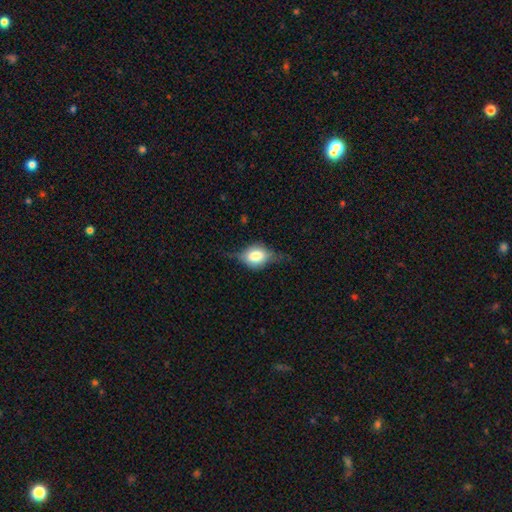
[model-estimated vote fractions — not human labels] Smooth or featured: featured or disk — 49% (smooth — 42%)
Merging: none — 59% (minor disturbance — 27%)